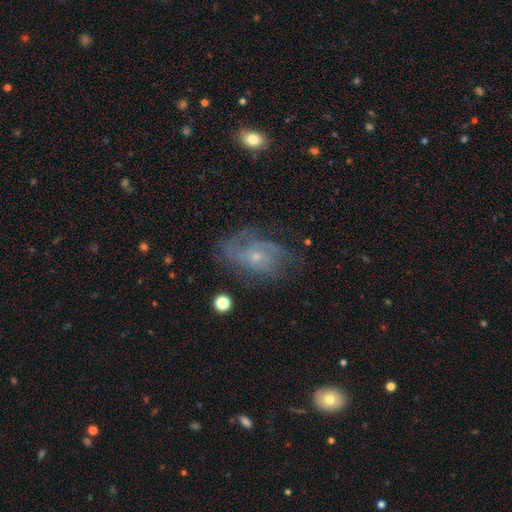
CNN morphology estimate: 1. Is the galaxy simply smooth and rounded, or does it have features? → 75% featured or disk, 15% smooth, 10% star or artifact.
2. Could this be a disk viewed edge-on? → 96% no, 4% yes.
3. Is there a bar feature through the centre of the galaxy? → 74% no, 23% weak, 3% strong.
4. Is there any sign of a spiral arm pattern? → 90% yes, 10% no.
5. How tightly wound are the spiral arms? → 42% tight, 41% medium, 17% loose.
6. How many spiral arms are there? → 36% can't tell, 26% 2, 18% 3, 8% 4, 7% 1, 5% more than 4.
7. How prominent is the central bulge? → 73% small, 21% moderate, 3% none, 1% large, 1% dominant.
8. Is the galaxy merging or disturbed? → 64% none, 21% minor disturbance, 14% major disturbance, 2% merger.